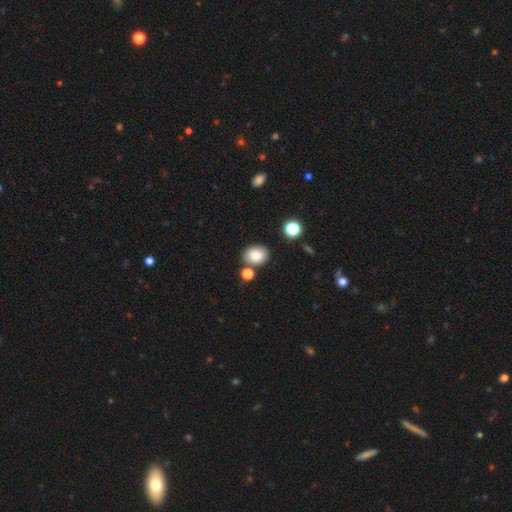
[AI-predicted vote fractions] smooth_or_featured: smooth (p=0.82) [alt: star or artifact p=0.10]
how_rounded: in between (p=0.57) [alt: round p=0.42]
merging: none (p=0.77) [alt: minor disturbance p=0.11]